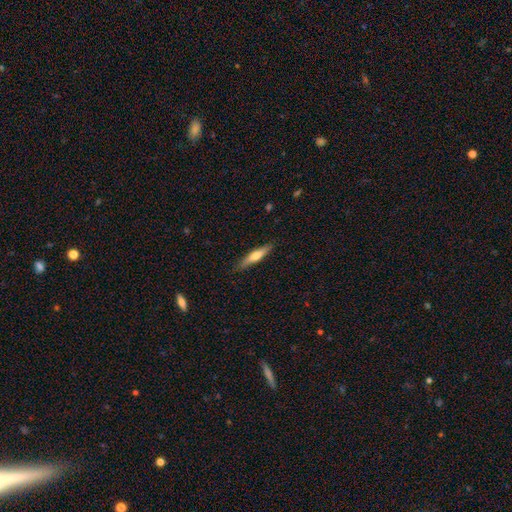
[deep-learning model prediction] Smooth or featured?
  - smooth: 51% *
  - featured or disk: 43%
  - star or artifact: 6%
How rounded?
  - cigar-shaped: 85% *
  - in between: 13%
  - round: 2%
Merging?
  - none: 87% *
  - minor disturbance: 10%
  - major disturbance: 2%
  - merger: 1%